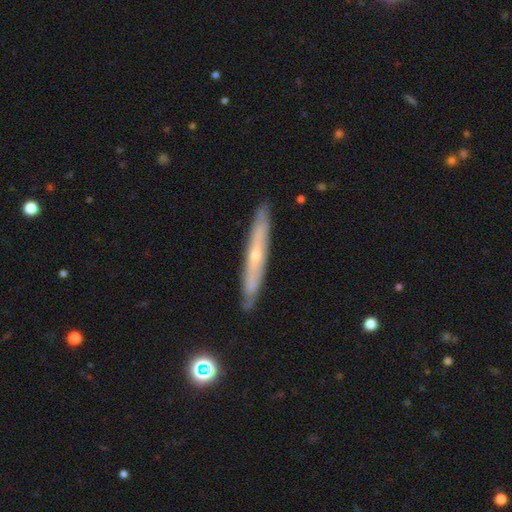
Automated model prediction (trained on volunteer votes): Smooth or featured? Predicted: featured or disk (p=0.65). Edge-on disk? Predicted: yes (p=0.84). Edge-on bulge? Predicted: rounded (p=0.61). Merging? Predicted: none (p=0.87).